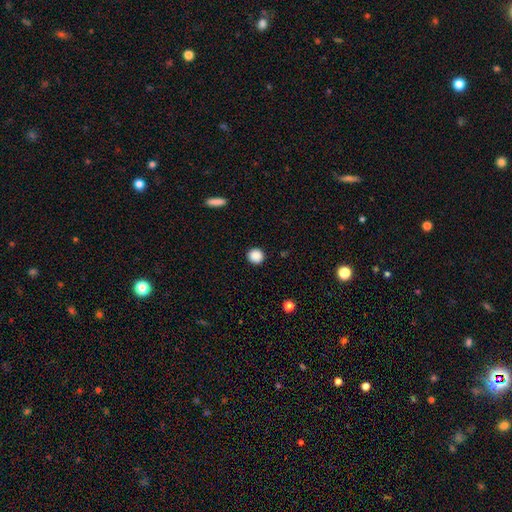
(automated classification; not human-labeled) Smooth or featured: smooth — 88% (star or artifact — 9%)
How rounded: round — 94% (in between — 5%)
Merging: none — 92% (minor disturbance — 5%)